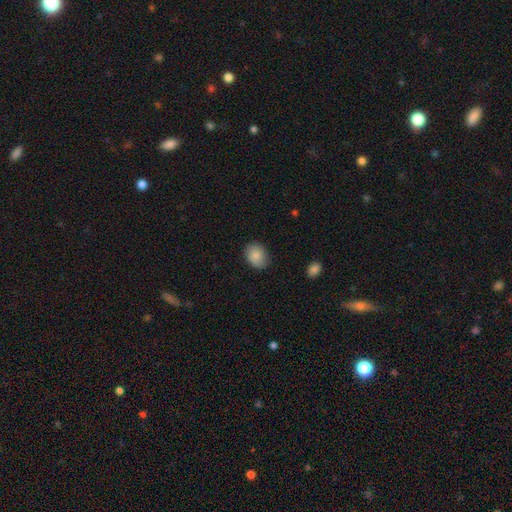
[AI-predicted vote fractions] This is clearly a smooth galaxy (82%). How rounded: likely in between (64%). Merging: likely none (78%).